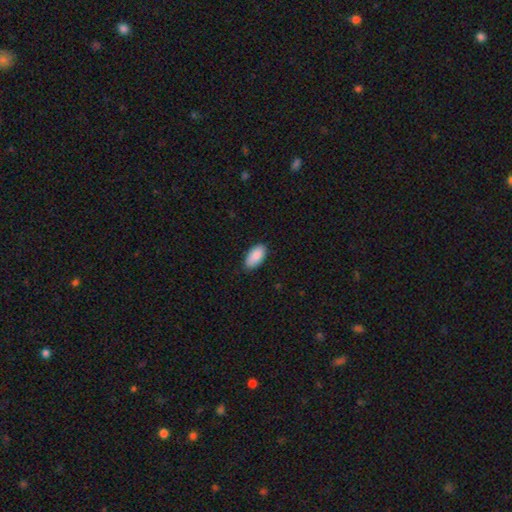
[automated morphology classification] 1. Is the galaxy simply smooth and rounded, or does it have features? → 90% smooth, 6% star or artifact, 4% featured or disk.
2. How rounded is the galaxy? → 94% in between, 4% cigar-shaped, 2% round.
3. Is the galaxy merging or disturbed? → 82% none, 15% minor disturbance, 2% major disturbance, 1% merger.